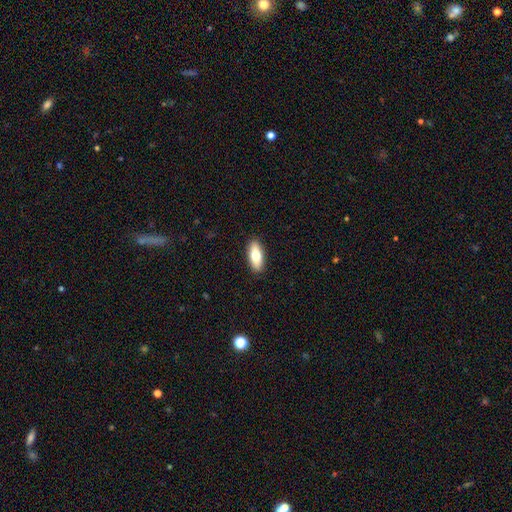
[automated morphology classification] Smooth or featured? smooth (74%)
How rounded? in between (77%)
Merging? none (90%)